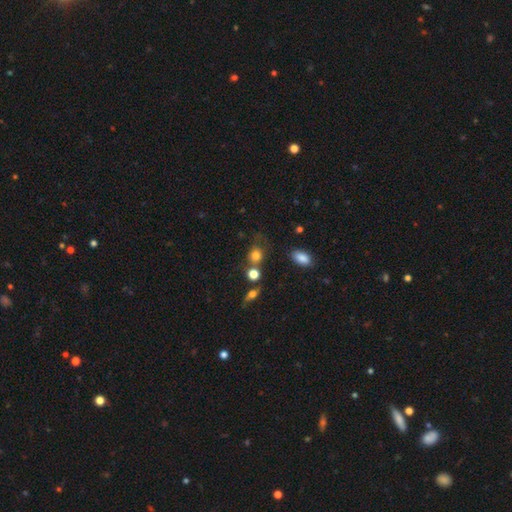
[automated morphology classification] Smooth or featured? Predicted: smooth (p=0.78). How rounded? Predicted: round (p=0.73). Merging? Predicted: none (p=0.54).